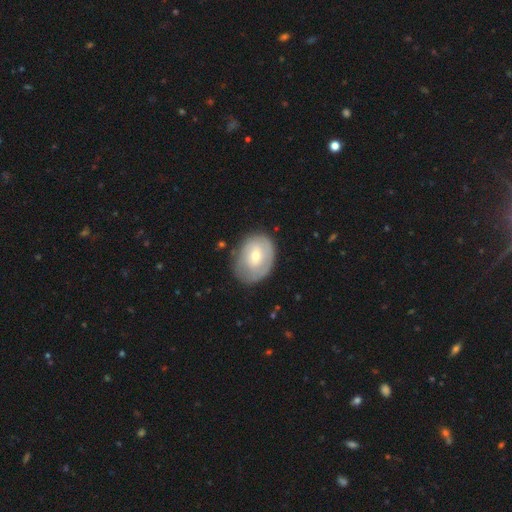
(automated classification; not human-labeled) A featured or disk galaxy (48%). Merging: none (70%).